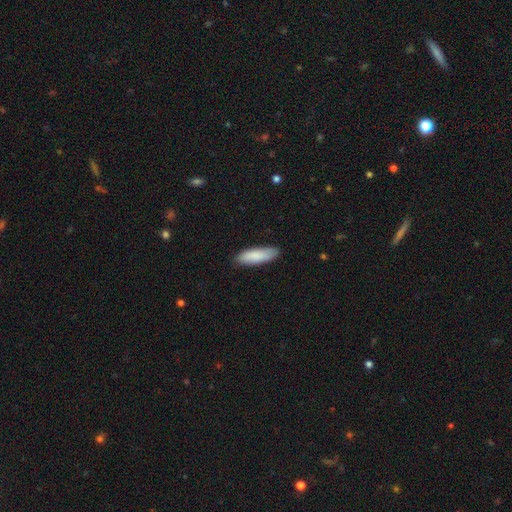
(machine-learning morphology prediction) smooth_or_featured: smooth (p=0.86) [alt: featured or disk p=0.09]
how_rounded: cigar-shaped (p=0.51) [alt: in between p=0.48]
merging: none (p=0.84) [alt: minor disturbance p=0.13]